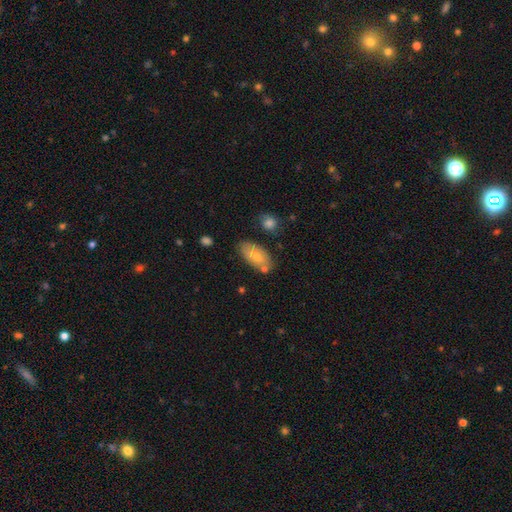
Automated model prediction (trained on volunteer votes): Smooth or featured?
  - smooth: 74% *
  - featured or disk: 19%
  - star or artifact: 7%
How rounded?
  - in between: 92% *
  - cigar-shaped: 4%
  - round: 3%
Merging?
  - none: 67% *
  - minor disturbance: 19%
  - merger: 9%
  - major disturbance: 4%